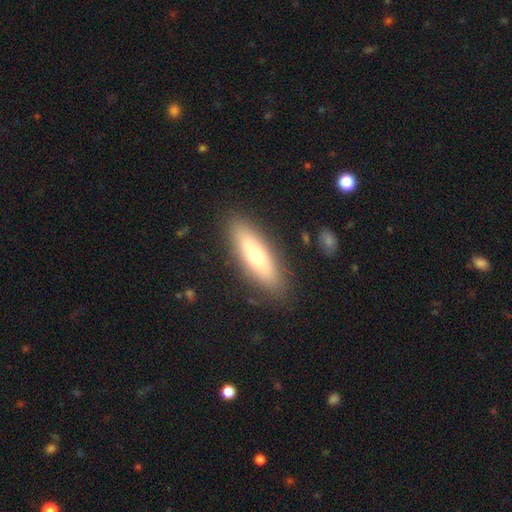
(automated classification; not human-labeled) A smooth galaxy with no disk features (58%) that is cigar-shaped (50%).

Vote fractions:
- Smooth or featured? smooth: 58% / featured or disk: 35% / star or artifact: 7%
- How rounded? cigar-shaped: 50% / in between: 48% / round: 2%
- Merging? none: 87% / minor disturbance: 9% / major disturbance: 2% / merger: 1%